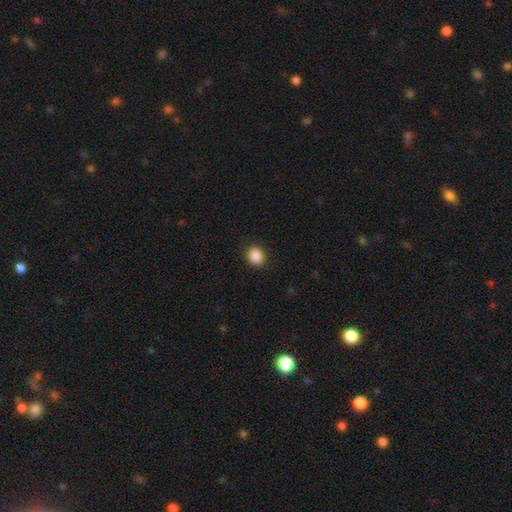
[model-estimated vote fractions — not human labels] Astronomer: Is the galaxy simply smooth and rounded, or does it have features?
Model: smooth — 88%.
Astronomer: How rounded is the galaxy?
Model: round — 72%.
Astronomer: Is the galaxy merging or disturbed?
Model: none — 90%.